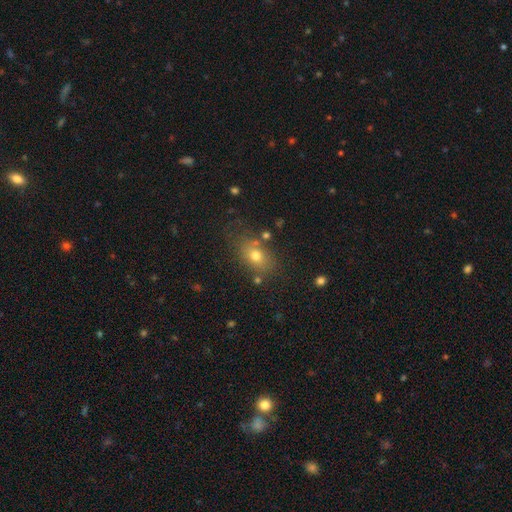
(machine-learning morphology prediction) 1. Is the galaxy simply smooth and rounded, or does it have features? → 71% smooth, 15% featured or disk, 14% star or artifact.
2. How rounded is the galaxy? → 73% in between, 25% round, 3% cigar-shaped.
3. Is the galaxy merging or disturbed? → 72% none, 15% minor disturbance, 7% merger, 6% major disturbance.